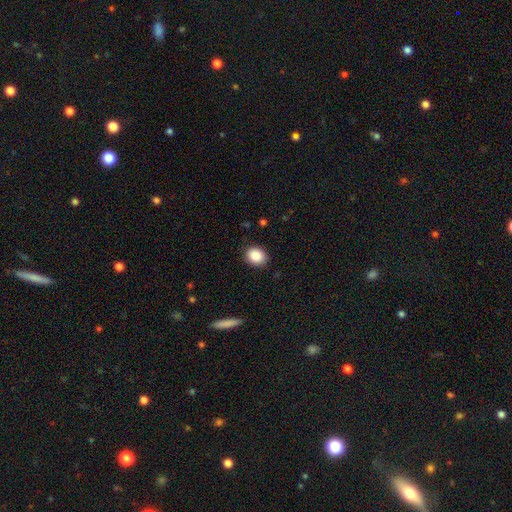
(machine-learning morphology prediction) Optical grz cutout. It shows a smooth galaxy with no disk features (88%) that is round (51%). Merging: none (89%).